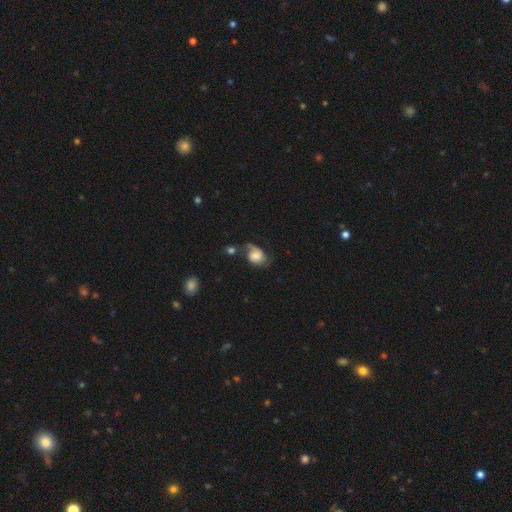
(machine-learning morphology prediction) The model was most divided on "bulge size": moderate: 35%, large: 25%, small: 23%, none: 11%, dominant: 6%. Remaining: edge-on disk — no (97%); spiral arms — yes (88%); bar — no (65%); smooth or featured — featured or disk (54%); merging — none (39%).